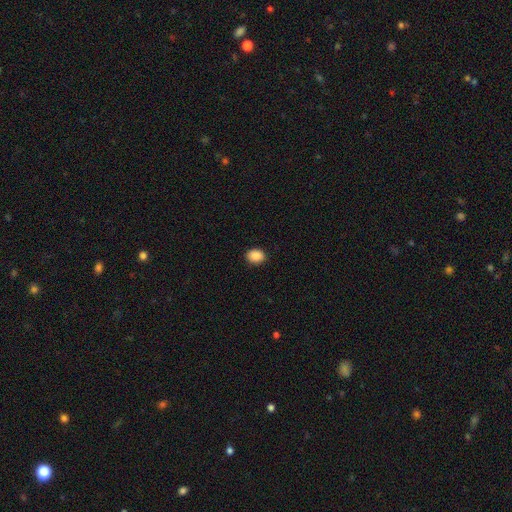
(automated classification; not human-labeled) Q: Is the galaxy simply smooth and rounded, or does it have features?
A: smooth — 89%.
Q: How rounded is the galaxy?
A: in between — 59%.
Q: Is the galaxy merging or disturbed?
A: none — 90%.